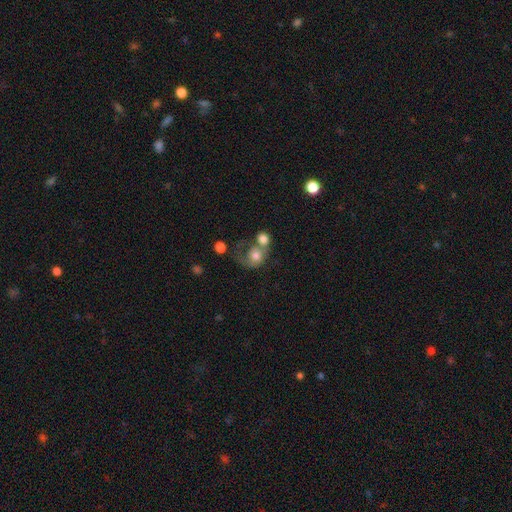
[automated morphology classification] This is likely a smooth galaxy (61%). How rounded: likely round (70%). Merging: possibly merger (56%).